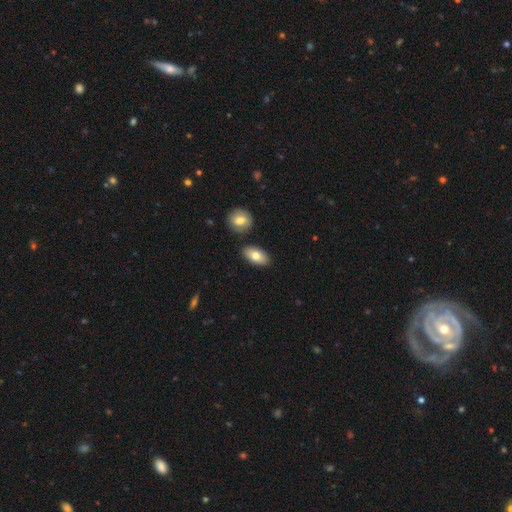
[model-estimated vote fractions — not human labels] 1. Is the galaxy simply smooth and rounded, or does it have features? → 77% smooth, 16% featured or disk, 7% star or artifact.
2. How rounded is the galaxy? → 91% in between, 5% round, 4% cigar-shaped.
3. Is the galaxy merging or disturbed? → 83% none, 9% minor disturbance, 6% merger, 2% major disturbance.